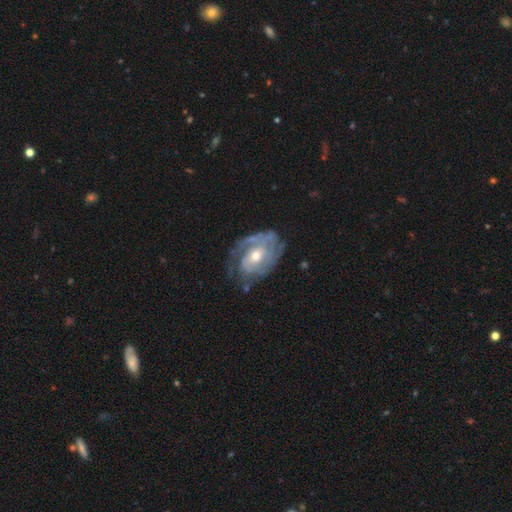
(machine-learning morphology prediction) This appears to be a featured or disk galaxy (83%) with no bar (62%), tight (60%) spiral arms (89%) and a moderate central bulge (64%). Merging: none (58%).